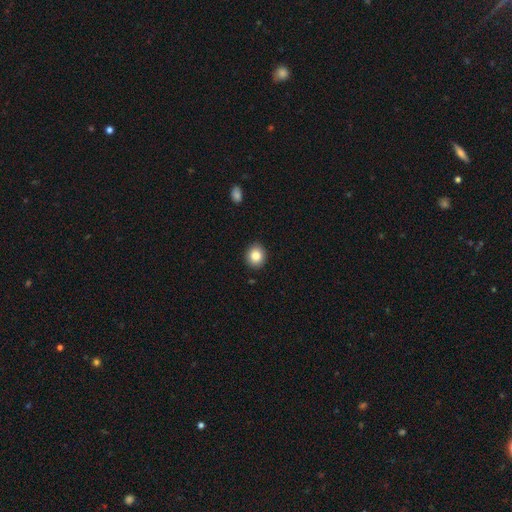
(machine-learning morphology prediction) This is clearly a smooth galaxy (84%). How rounded: likely round (75%). Merging: clearly none (90%).